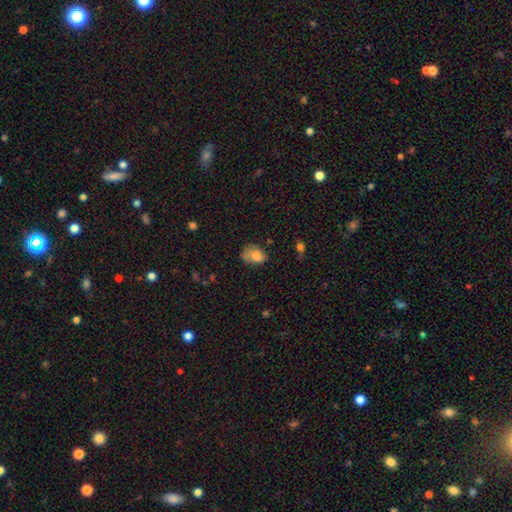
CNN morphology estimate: Smooth or featured: smooth — 77% (featured or disk — 14%)
How rounded: in between — 72% (round — 27%)
Merging: none — 46% (minor disturbance — 35%)